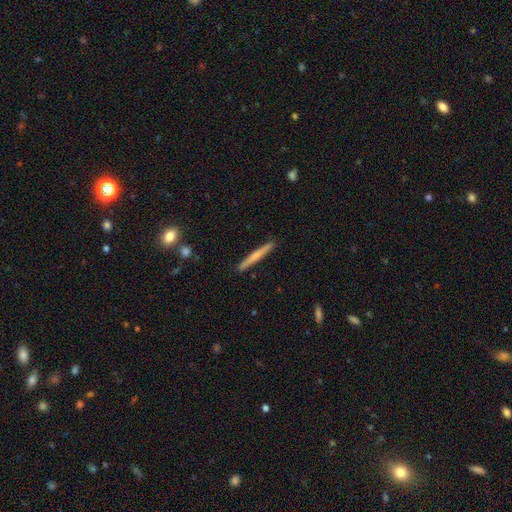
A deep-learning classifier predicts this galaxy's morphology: Q: Smooth or featured?
A: smooth (54%); runner-up: featured or disk (41%)
Q: How rounded?
A: cigar-shaped (96%); runner-up: in between (2%)
Q: Merging?
A: none (91%); runner-up: minor disturbance (6%)